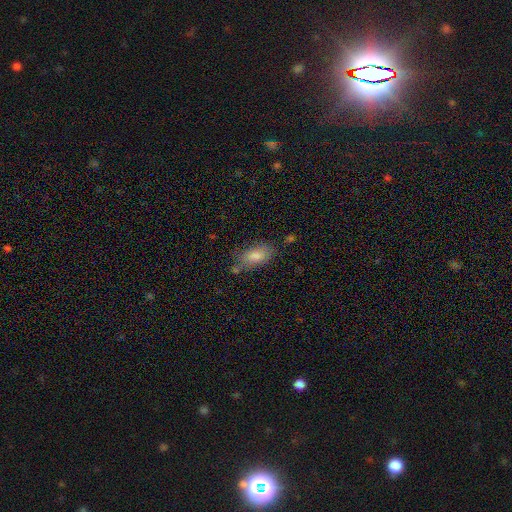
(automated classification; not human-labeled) The model was most divided on "merging": none: 70%, minor disturbance: 18%, merger: 7%, major disturbance: 4%. More confident: how rounded — in between (88%); smooth or featured — smooth (80%).